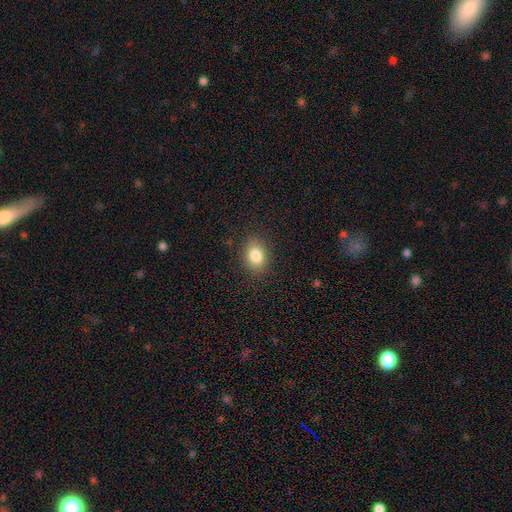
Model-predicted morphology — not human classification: The model was most divided on "how rounded": in between: 67%, round: 32%, cigar-shaped: 1%. More confident: merging — none (87%); smooth or featured — smooth (83%).